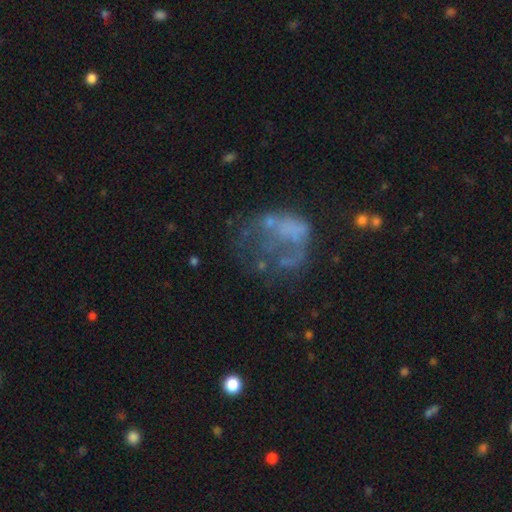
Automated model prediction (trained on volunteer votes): Smooth or featured?
  - featured or disk: 49% *
  - star or artifact: 25%
  - smooth: 25%
Merging?
  - major disturbance: 42% *
  - none: 32%
  - minor disturbance: 16%
  - merger: 10%